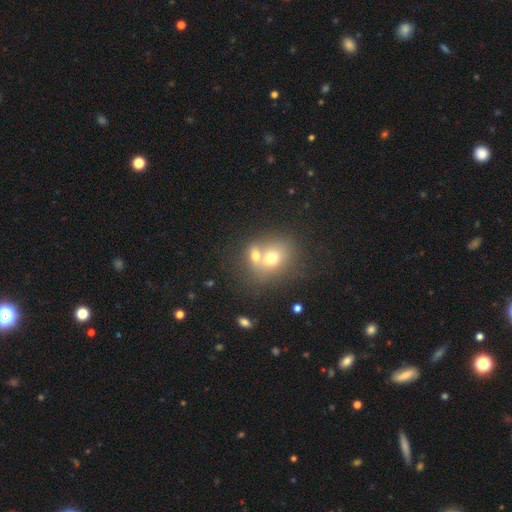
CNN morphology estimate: This appears to be a smooth galaxy with no disk features (68%) that is round (53%). Merging: merger (59%).